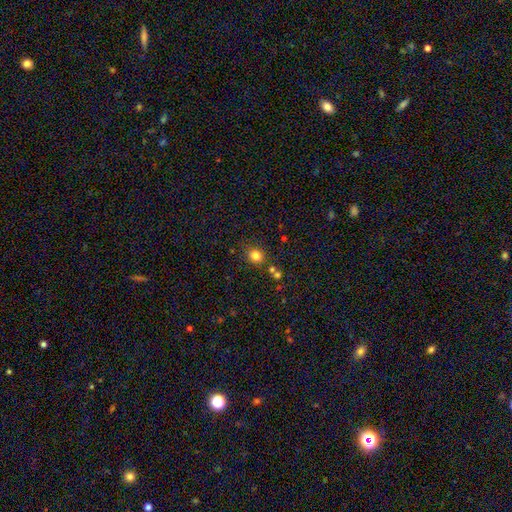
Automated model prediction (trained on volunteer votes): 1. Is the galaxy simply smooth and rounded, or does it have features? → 81% smooth, 14% star or artifact, 6% featured or disk.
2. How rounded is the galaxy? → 79% round, 20% in between, 1% cigar-shaped.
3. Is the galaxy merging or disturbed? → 80% none, 10% minor disturbance, 7% merger, 3% major disturbance.